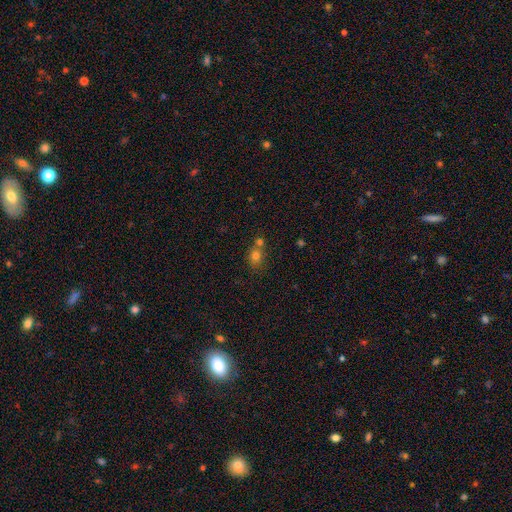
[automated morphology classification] Smooth or featured? Predicted: smooth (p=0.75). How rounded? Predicted: round (p=0.66). Merging? Predicted: none (p=0.49).